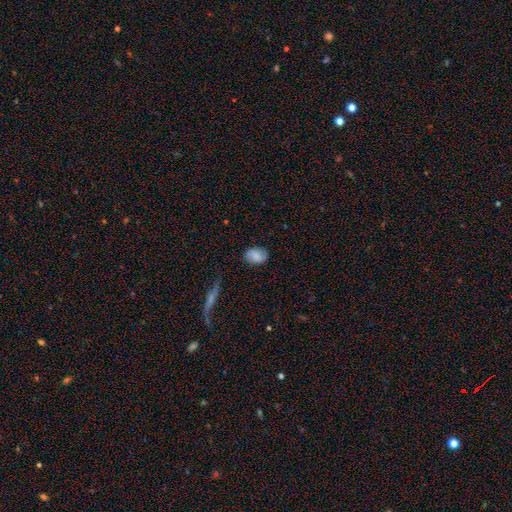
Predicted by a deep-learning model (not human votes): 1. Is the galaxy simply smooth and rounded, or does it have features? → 76% smooth, 15% featured or disk, 8% star or artifact.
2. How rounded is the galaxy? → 71% in between, 27% round, 1% cigar-shaped.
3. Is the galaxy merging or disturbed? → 79% none, 16% minor disturbance, 3% major disturbance, 1% merger.